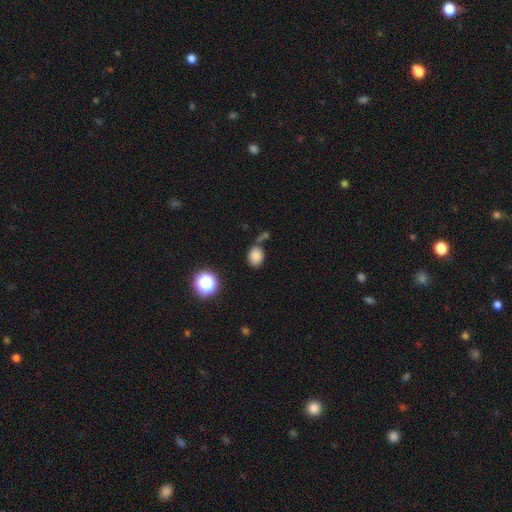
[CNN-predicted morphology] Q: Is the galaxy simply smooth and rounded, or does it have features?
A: smooth — 82%.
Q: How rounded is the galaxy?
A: in between — 56%.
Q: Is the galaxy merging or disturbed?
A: none — 65%.